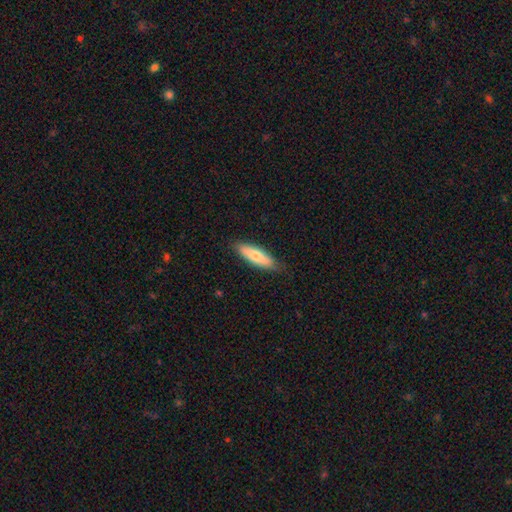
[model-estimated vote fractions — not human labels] Smooth or featured? Predicted: smooth (p=0.72). How rounded? Predicted: cigar-shaped (p=0.54). Merging? Predicted: none (p=0.83).